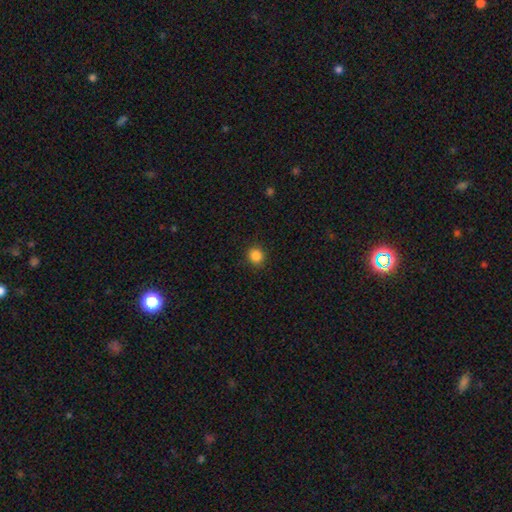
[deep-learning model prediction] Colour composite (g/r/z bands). It shows a smooth galaxy with no disk features (86%) that is round (90%). Merging: none (91%).